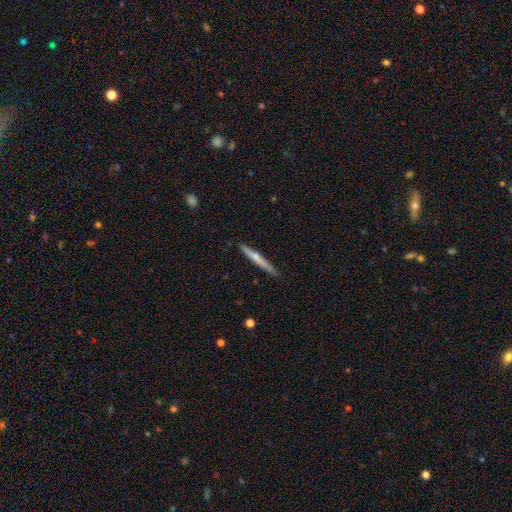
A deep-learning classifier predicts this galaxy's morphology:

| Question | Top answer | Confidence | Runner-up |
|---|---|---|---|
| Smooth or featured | featured or disk | 54% | smooth (36%) |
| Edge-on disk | yes | 95% | no (5%) |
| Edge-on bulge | rounded | 55% | none (37%) |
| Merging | none | 88% | minor disturbance (8%) |